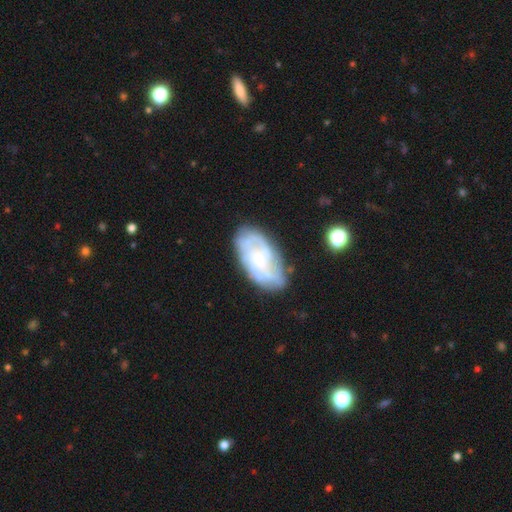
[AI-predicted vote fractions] Smooth or featured: featured or disk — 59% (smooth — 32%)
Edge-on disk: no — 94% (yes — 6%)
Bar: no — 68% (weak — 26%)
Spiral arms: yes — 63% (no — 37%)
Bulge size: small — 45% (none — 30%)
Merging: none — 65% (minor disturbance — 22%)